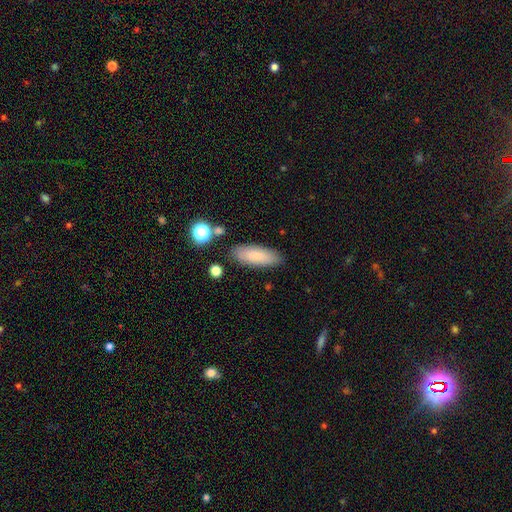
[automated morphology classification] Q: Smooth or featured?
A: smooth (84%); runner-up: featured or disk (9%)
Q: How rounded?
A: in between (68%); runner-up: cigar-shaped (30%)
Q: Merging?
A: none (84%); runner-up: minor disturbance (10%)